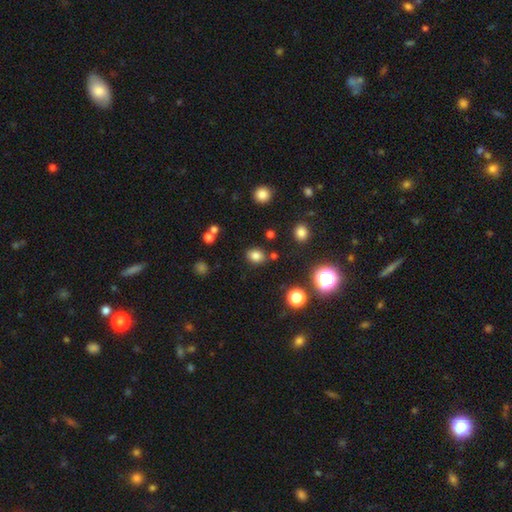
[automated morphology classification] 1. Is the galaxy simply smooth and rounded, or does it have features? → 80% smooth, 15% star or artifact, 6% featured or disk.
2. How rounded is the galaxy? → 54% round, 45% in between, 1% cigar-shaped.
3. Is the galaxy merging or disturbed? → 80% none, 11% minor disturbance, 5% merger, 4% major disturbance.